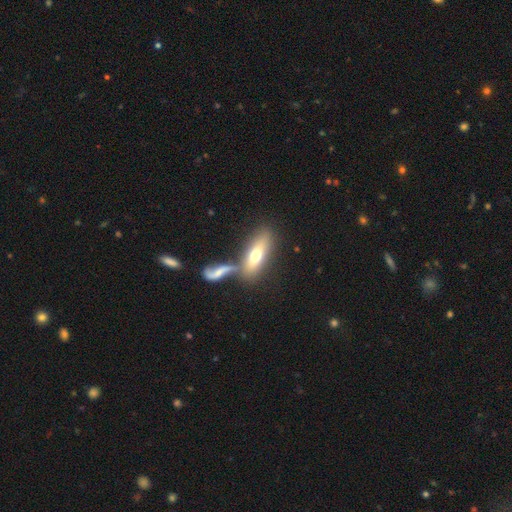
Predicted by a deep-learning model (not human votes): This appears to be a smooth galaxy with no disk features (60%) that is in between round and cigar-shaped (66%). Merging: none (50%).